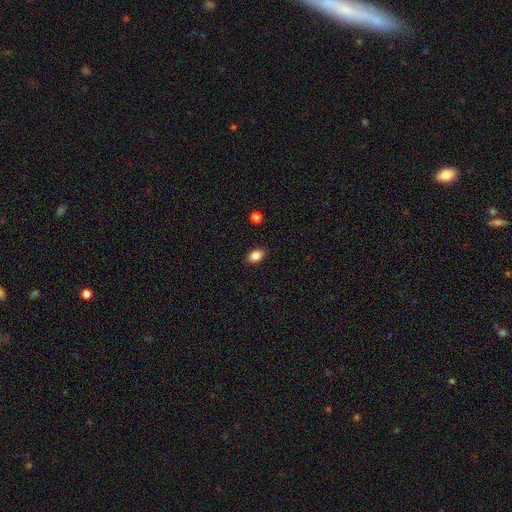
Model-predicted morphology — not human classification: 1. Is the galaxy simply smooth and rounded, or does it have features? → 85% smooth, 9% star or artifact, 6% featured or disk.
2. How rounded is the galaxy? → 88% in between, 10% round, 2% cigar-shaped.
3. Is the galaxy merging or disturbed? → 88% none, 9% minor disturbance, 2% major disturbance, 1% merger.